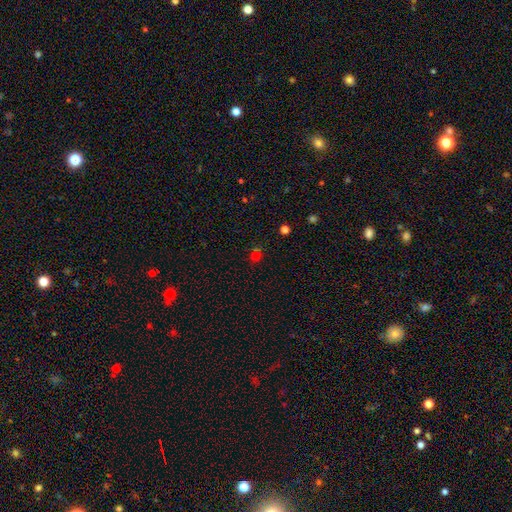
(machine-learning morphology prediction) Smooth or featured: smooth — 60% (star or artifact — 32%)
How rounded: round — 71% (in between — 27%)
Merging: none — 67% (minor disturbance — 14%)